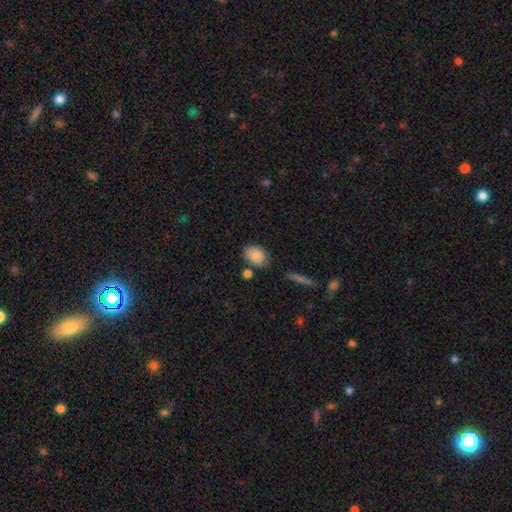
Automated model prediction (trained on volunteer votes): smooth-or-featured: smooth: 86% | star or artifact: 8% | featured or disk: 7%
  how-rounded: in between: 76% | round: 23% | cigar-shaped: 2%
  merging: none: 74% | minor disturbance: 15% | merger: 8% | major disturbance: 3%